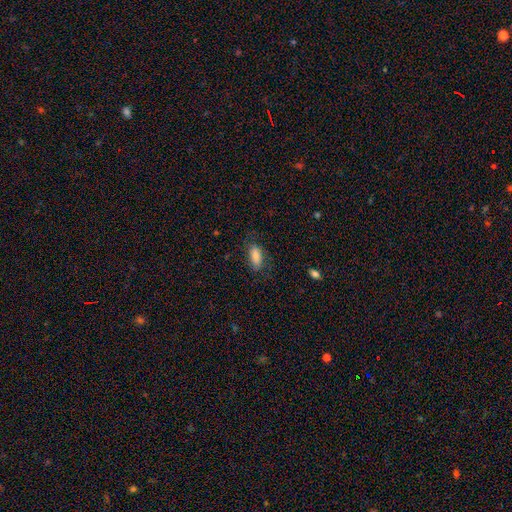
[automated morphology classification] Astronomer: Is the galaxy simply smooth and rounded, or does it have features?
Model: smooth — 78%.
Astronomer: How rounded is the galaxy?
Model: in between — 83%.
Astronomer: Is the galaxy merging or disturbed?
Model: none — 72%.